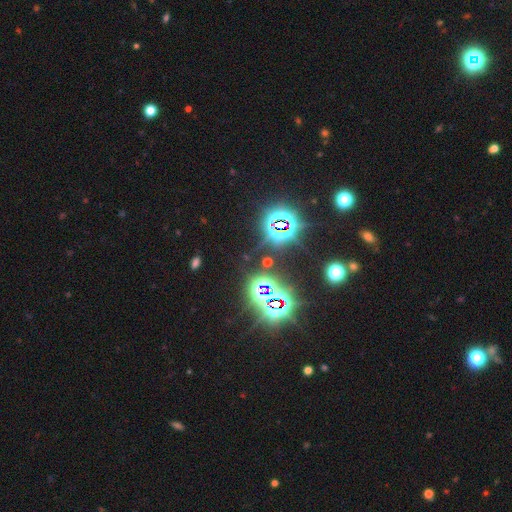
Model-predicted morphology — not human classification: Smooth or featured: star or artifact — 80% (smooth — 13%)